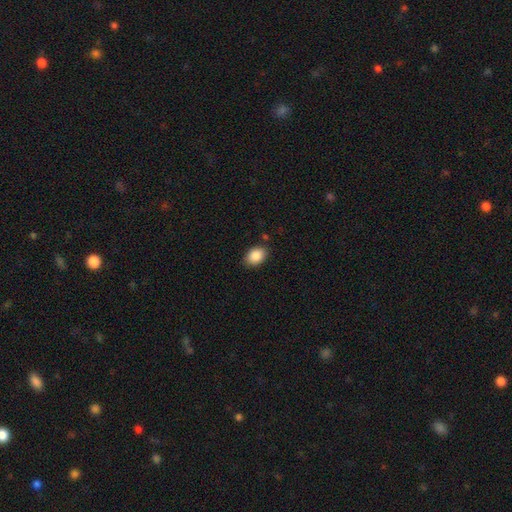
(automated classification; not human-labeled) This is clearly a smooth galaxy (88%). How rounded: clearly in between (81%). Merging: clearly none (84%).